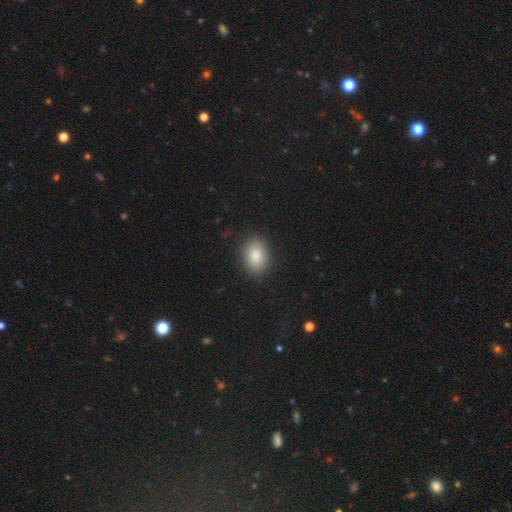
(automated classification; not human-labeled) The model was most divided on "how rounded": in between: 82%, round: 17%, cigar-shaped: 1%. More confident: merging — none (87%); smooth or featured — smooth (87%).